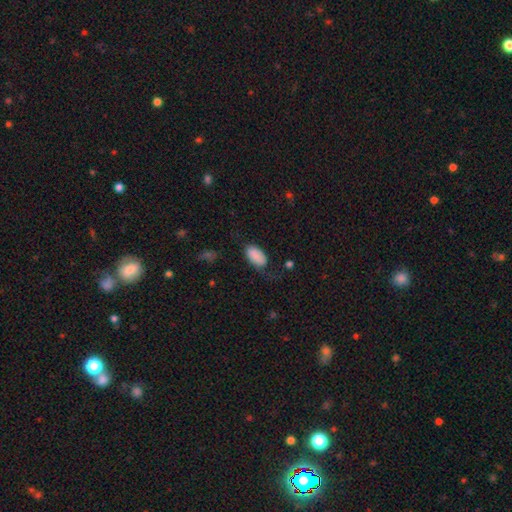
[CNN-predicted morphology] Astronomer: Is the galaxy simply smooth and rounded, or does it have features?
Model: smooth — 86%.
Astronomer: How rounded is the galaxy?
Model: in between — 95%.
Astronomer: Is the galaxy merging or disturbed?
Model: none — 53%.